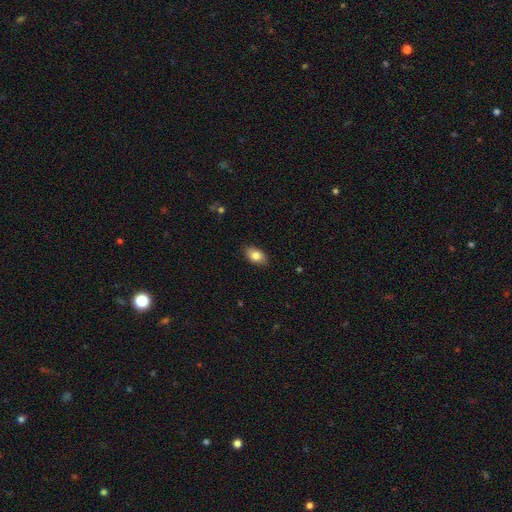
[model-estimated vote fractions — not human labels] smooth 84%, featured or disk 9%, star or artifact 7%. Down the decision tree: how rounded — in between (89%); merging — none (87%).